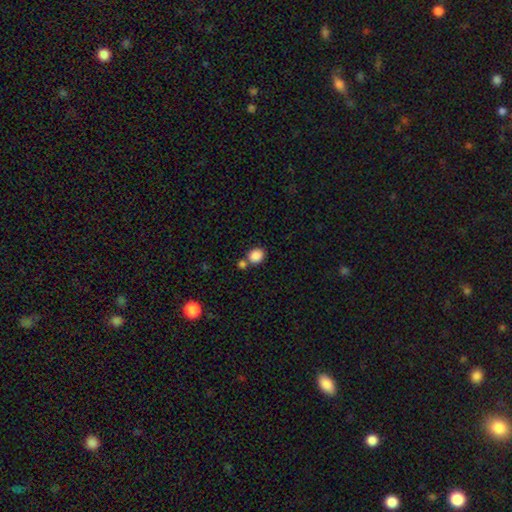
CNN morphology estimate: Smooth or featured?
  - smooth: 87% *
  - star or artifact: 9%
  - featured or disk: 4%
How rounded?
  - round: 69% *
  - in between: 30%
  - cigar-shaped: 1%
Merging?
  - none: 63% *
  - merger: 25%
  - minor disturbance: 9%
  - major disturbance: 3%